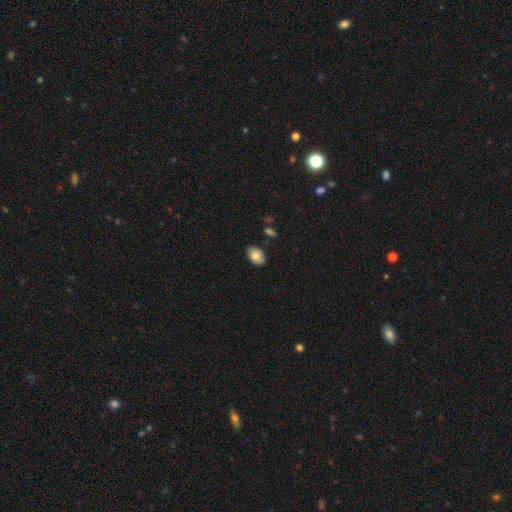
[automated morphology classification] Smooth or featured? Predicted: smooth (p=0.77). How rounded? Predicted: in between (p=0.86). Merging? Predicted: none (p=0.86).